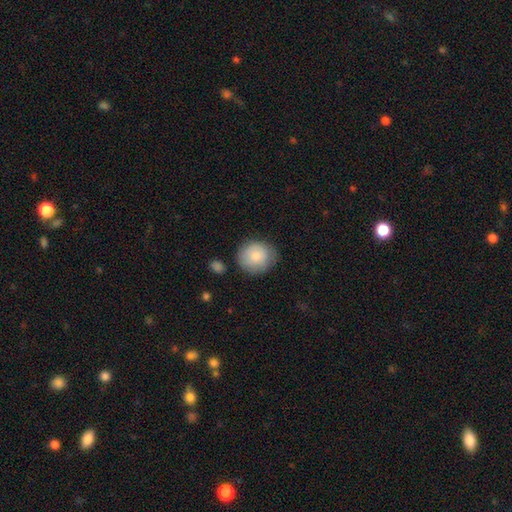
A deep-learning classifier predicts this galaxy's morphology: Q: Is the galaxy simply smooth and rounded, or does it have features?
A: smooth — 82%.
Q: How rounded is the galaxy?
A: round — 83%.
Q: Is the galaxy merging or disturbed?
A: none — 75%.